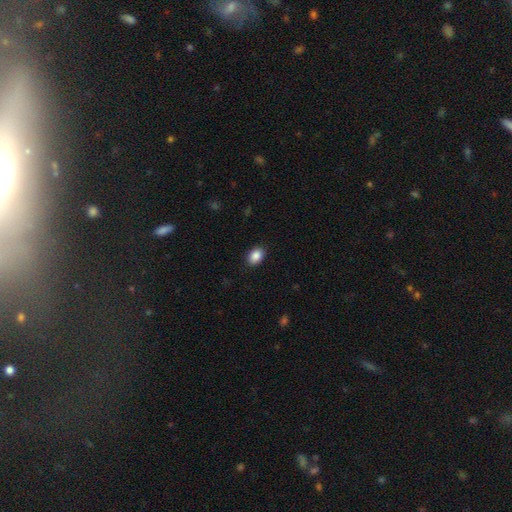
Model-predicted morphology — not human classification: Smooth or featured? smooth (88%)
How rounded? in between (76%)
Merging? none (89%)